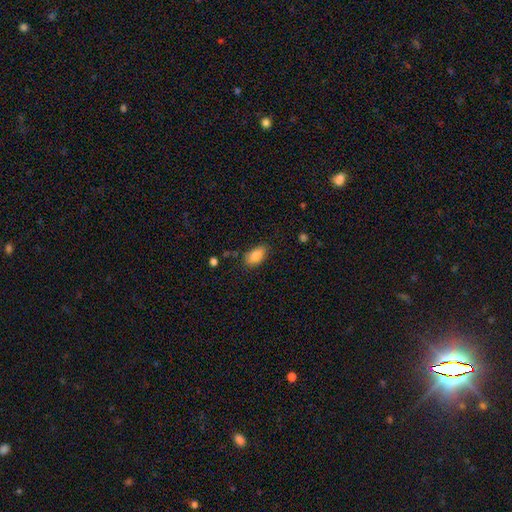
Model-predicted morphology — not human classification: type=smooth (86%); roundness=in between (91%); merging=none (81%).